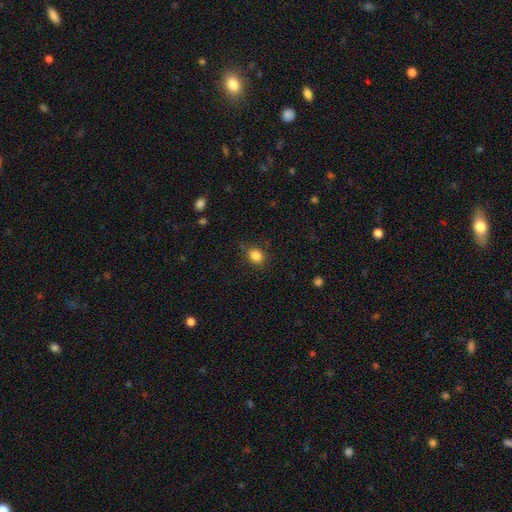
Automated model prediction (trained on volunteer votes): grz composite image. It shows a smooth galaxy with no disk features (84%) that is round (55%). Merging: none (76%).